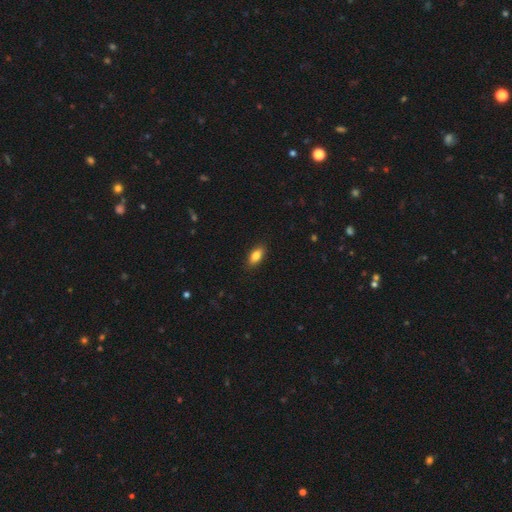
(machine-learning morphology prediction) This appears to be a smooth galaxy with no disk features (82%) that is in between round and cigar-shaped (87%). Merging: none (88%).